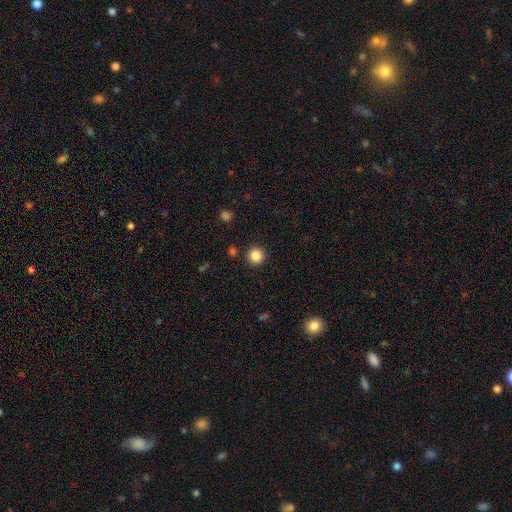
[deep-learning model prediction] smooth 85%, star or artifact 11%, featured or disk 4%. Down the decision tree: how rounded — round (95%); merging — none (92%).